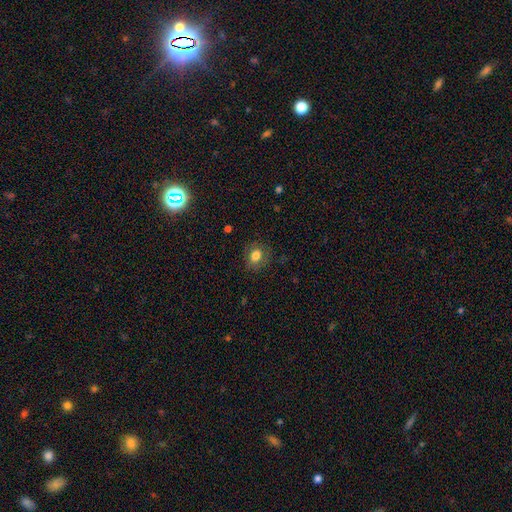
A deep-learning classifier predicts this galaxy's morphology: Smooth or featured: smooth — 77% (featured or disk — 13%)
How rounded: round — 62% (in between — 37%)
Merging: none — 82% (minor disturbance — 12%)